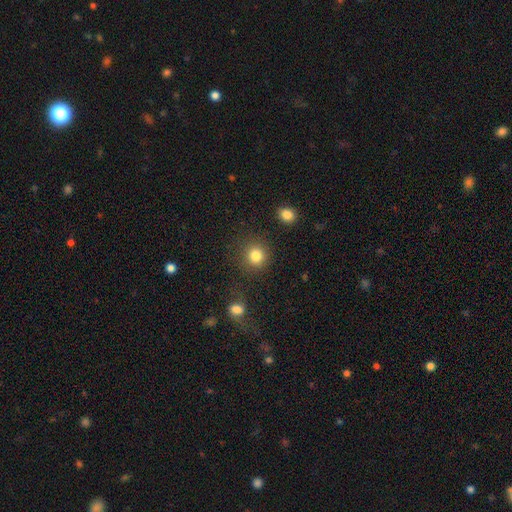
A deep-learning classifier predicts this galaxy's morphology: The model was most divided on "smooth or featured": smooth: 84%, star or artifact: 10%, featured or disk: 5%. More confident: how rounded — round (90%); merging — none (84%).